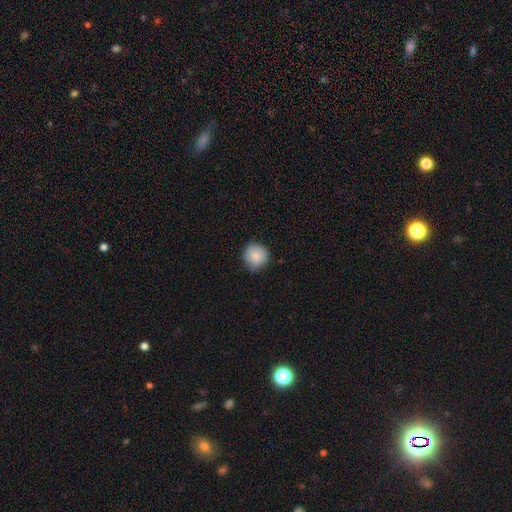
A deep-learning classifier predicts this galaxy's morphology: The model was most divided on "merging": none: 80%, minor disturbance: 16%, major disturbance: 3%, merger: 1%. More confident: how rounded — round (93%); smooth or featured — smooth (87%).